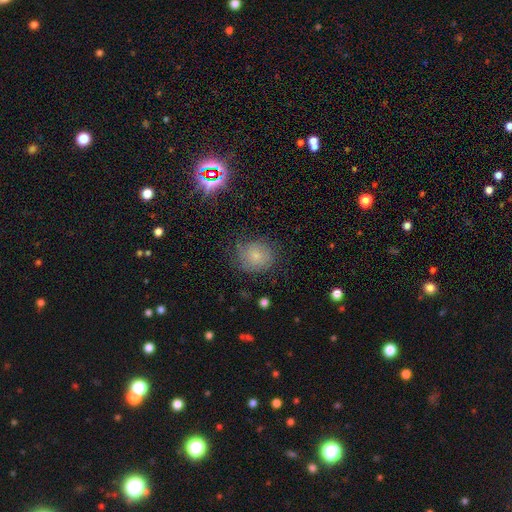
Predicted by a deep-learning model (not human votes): This is likely a smooth galaxy (62%). How rounded: likely round (80%). Merging: likely none (69%).